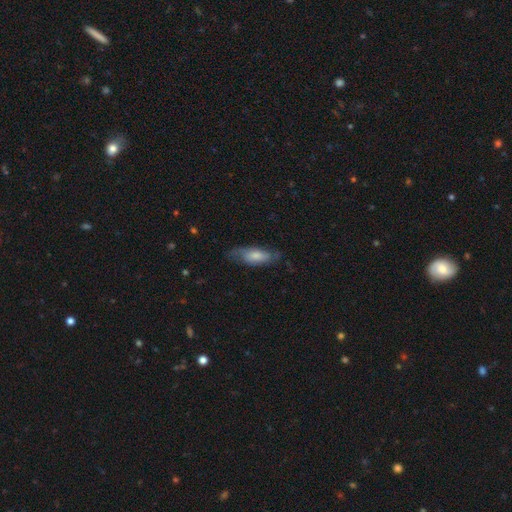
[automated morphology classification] Smooth or featured? Predicted: smooth (p=0.63). How rounded? Predicted: in between (p=0.73). Merging? Predicted: none (p=0.61).